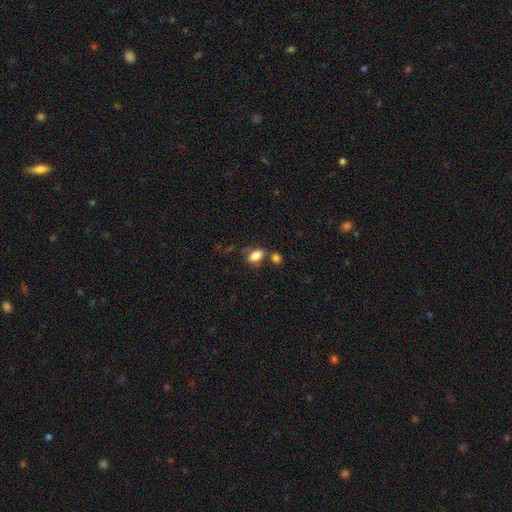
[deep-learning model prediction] Smooth or featured: smooth — 81% (featured or disk — 10%)
How rounded: in between — 87% (round — 10%)
Merging: none — 49% (merger — 26%)